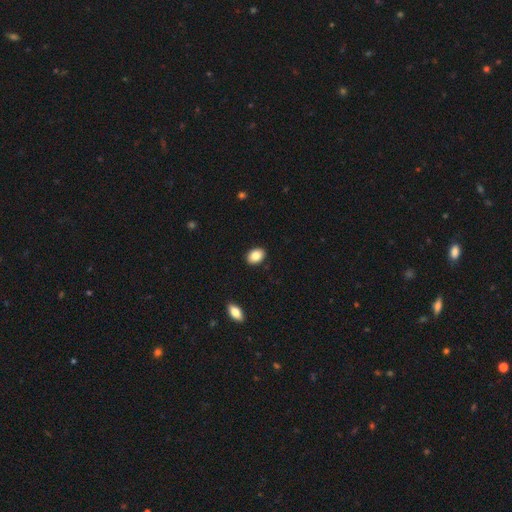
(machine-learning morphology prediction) This is clearly a smooth galaxy (86%). How rounded: likely in between (77%). Merging: clearly none (91%).